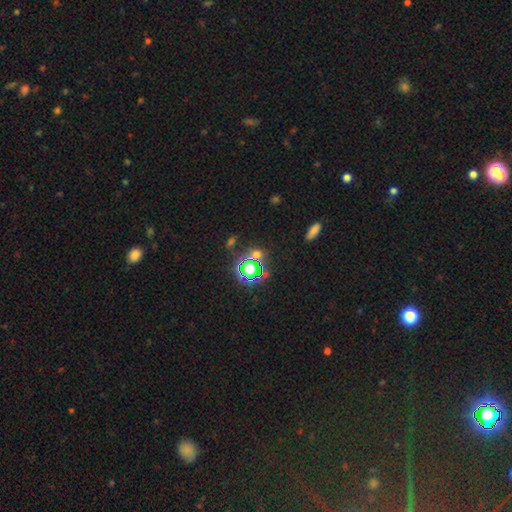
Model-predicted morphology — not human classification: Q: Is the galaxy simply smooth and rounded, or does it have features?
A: star or artifact — 60%.